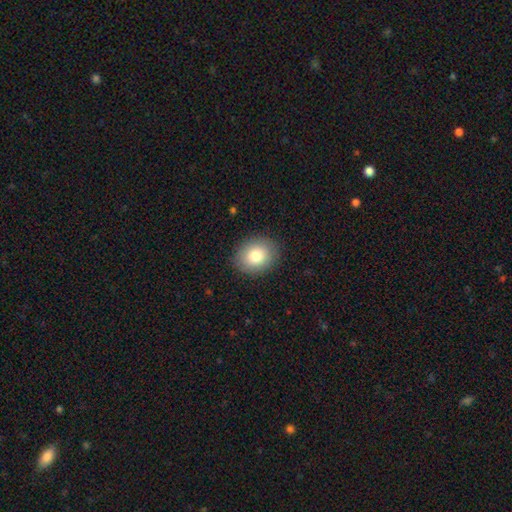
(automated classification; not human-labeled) Q: Smooth or featured?
A: smooth (81%); runner-up: featured or disk (10%)
Q: How rounded?
A: round (57%); runner-up: in between (42%)
Q: Merging?
A: none (89%); runner-up: minor disturbance (8%)